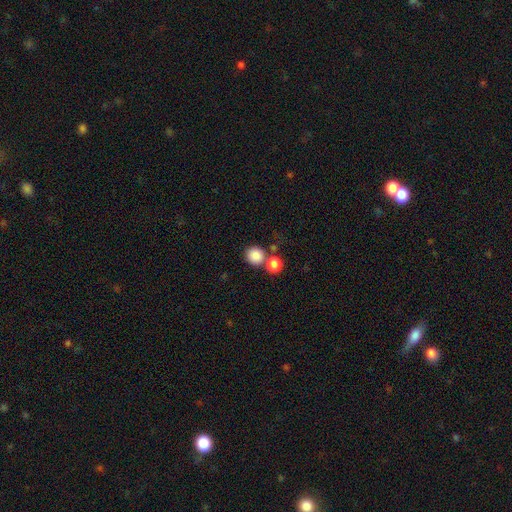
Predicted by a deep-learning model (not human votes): Overall: smooth (85%). How rounded: round (89%). Merging: none (62%; merger 26%).